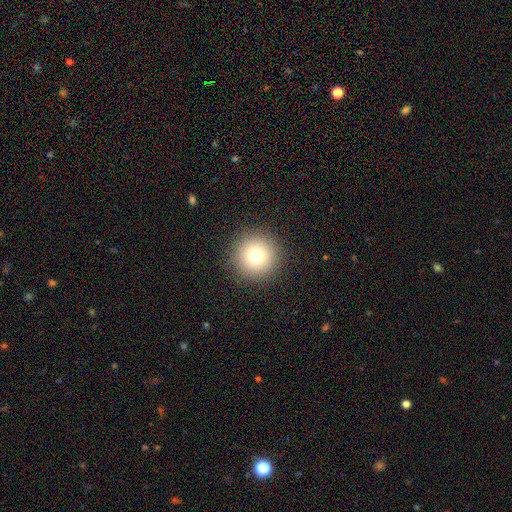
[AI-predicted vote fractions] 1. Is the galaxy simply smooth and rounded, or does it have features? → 77% smooth, 13% star or artifact, 10% featured or disk.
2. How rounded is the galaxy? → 96% round, 3% in between, 1% cigar-shaped.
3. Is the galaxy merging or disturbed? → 92% none, 5% minor disturbance, 2% major disturbance, 1% merger.